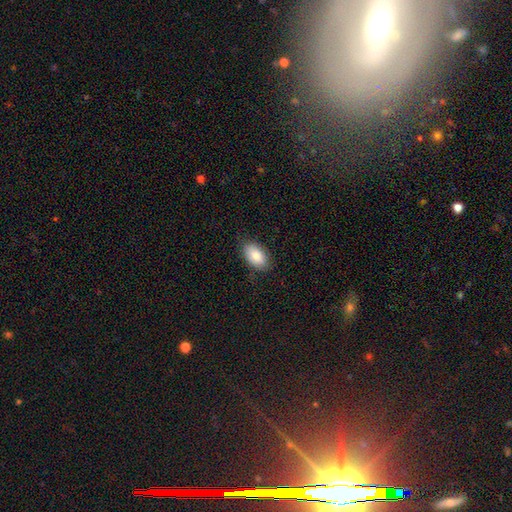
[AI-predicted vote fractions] This appears to be a smooth galaxy with no disk features (86%) that is in between round and cigar-shaped (94%). Merging: none (82%).